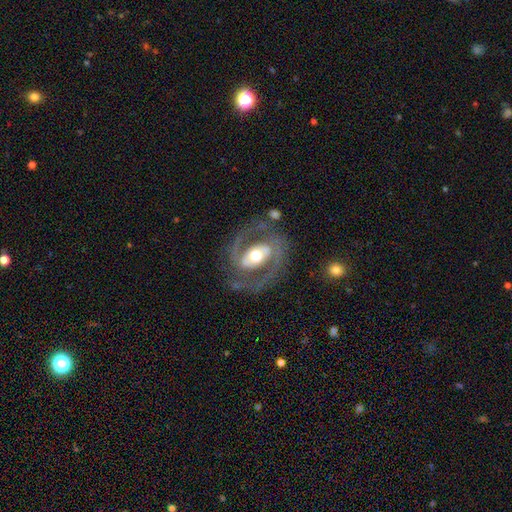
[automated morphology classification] The model was most divided on "bar": strong: 36%, weak: 33%, no: 31%. More confident: edge-on disk — no (97%); spiral arm count — 2 (91%); spiral arms — yes (90%); smooth or featured — featured or disk (87%); merging — none (74%); bulge size — moderate (66%); spiral winding — medium (56%).